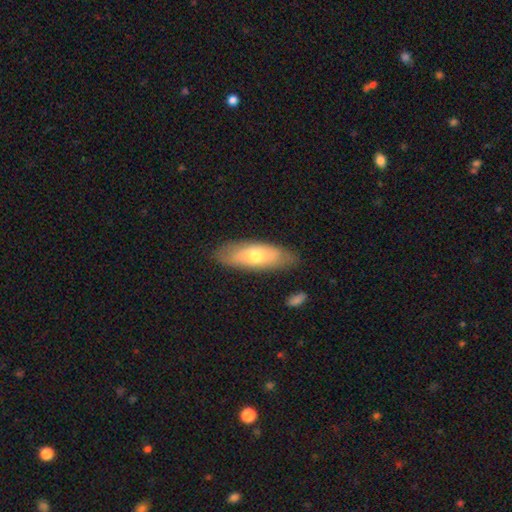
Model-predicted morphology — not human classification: Smooth or featured? smooth (54%)
How rounded? in between (69%)
Merging? none (80%)